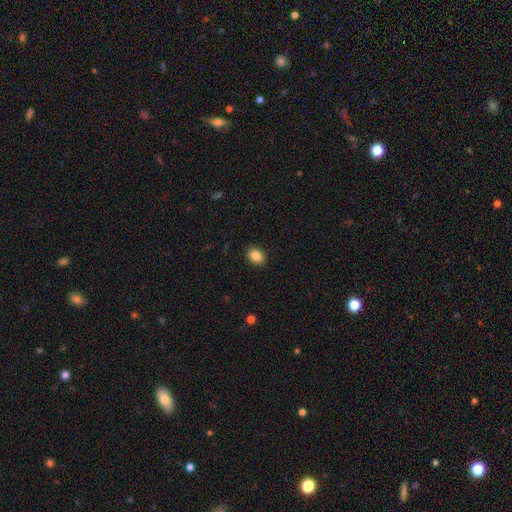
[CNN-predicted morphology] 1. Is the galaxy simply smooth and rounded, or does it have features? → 86% smooth, 9% star or artifact, 5% featured or disk.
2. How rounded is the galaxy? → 66% in between, 33% round, 1% cigar-shaped.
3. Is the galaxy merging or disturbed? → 90% none, 7% minor disturbance, 2% major disturbance, 1% merger.